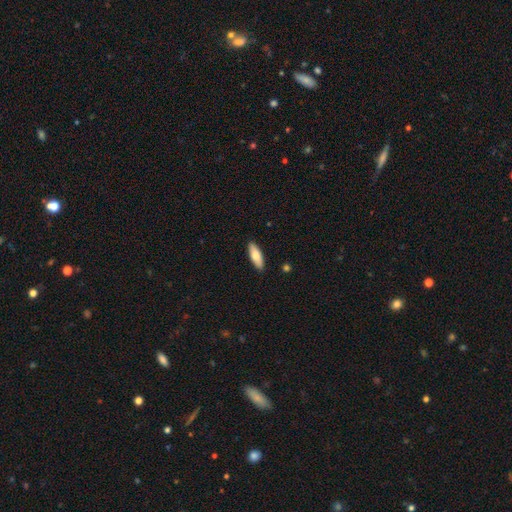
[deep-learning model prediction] Smooth or featured?
  - smooth: 78% *
  - featured or disk: 16%
  - star or artifact: 6%
How rounded?
  - in between: 62% *
  - cigar-shaped: 36%
  - round: 2%
Merging?
  - none: 89% *
  - minor disturbance: 8%
  - major disturbance: 2%
  - merger: 1%